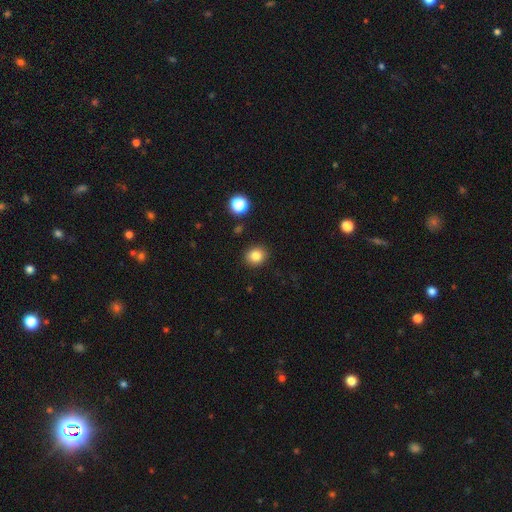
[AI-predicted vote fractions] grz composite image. It shows a smooth galaxy with no disk features (84%) that is round (74%). Merging: none (90%).